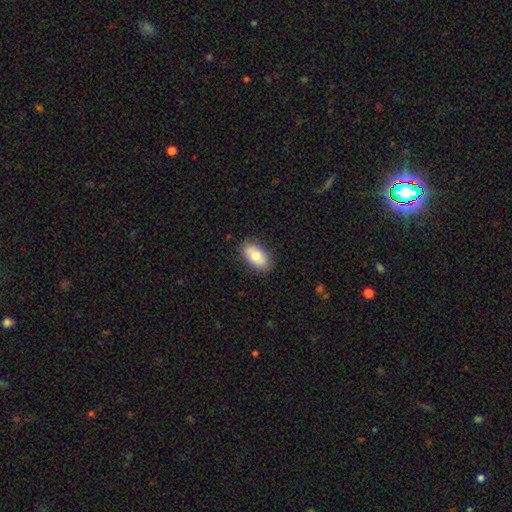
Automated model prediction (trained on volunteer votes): Smooth or featured? Predicted: smooth (p=0.76). How rounded? Predicted: in between (p=0.93). Merging? Predicted: none (p=0.87).